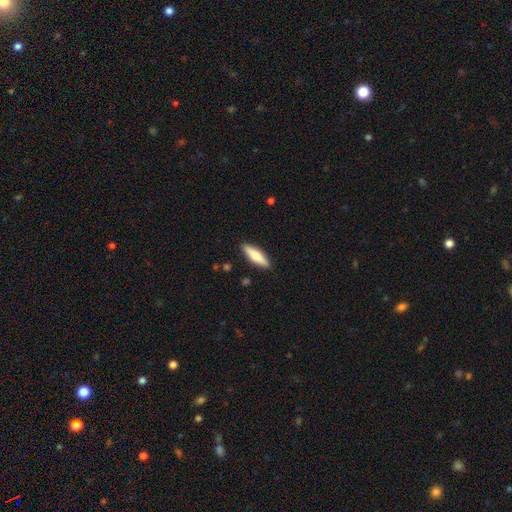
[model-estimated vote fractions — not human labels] Q: Smooth or featured?
A: smooth (62%); runner-up: featured or disk (32%)
Q: How rounded?
A: cigar-shaped (66%); runner-up: in between (33%)
Q: Merging?
A: none (89%); runner-up: minor disturbance (8%)